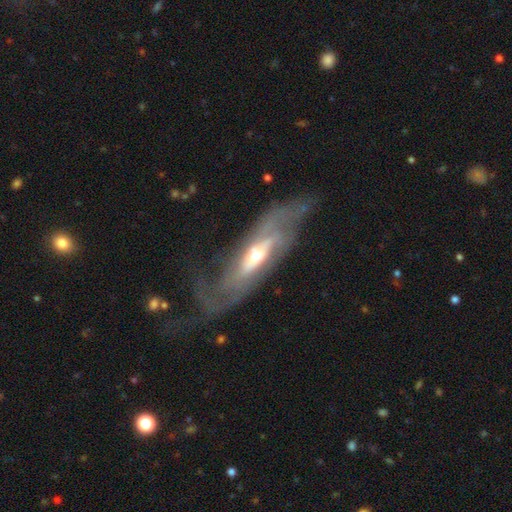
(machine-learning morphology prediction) smooth-or-featured: featured or disk: 81% | smooth: 13% | star or artifact: 6%
  disk-edge-on: no: 79% | yes: 21%
    bar: no: 45% | weak: 32% | strong: 23%
    has-spiral-arms: yes: 85% | no: 15%
      spiral-winding: medium: 38% | loose: 35% | tight: 27%
      spiral-arm-count: 2: 57% | can't tell: 27% | 1: 6% | 3: 5% | 4: 3% | more than 4: 2%
    bulge-size: moderate: 56% | small: 36% | large: 6% | dominant: 1% | none: 1%
  merging: none: 49% | major disturbance: 26% | minor disturbance: 21% | merger: 3%